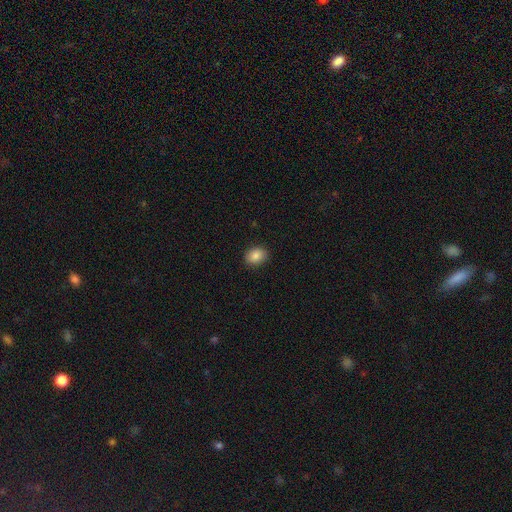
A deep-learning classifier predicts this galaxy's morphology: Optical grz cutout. It shows a smooth galaxy with no disk features (86%) that is in between round and cigar-shaped (63%). Merging: none (89%).